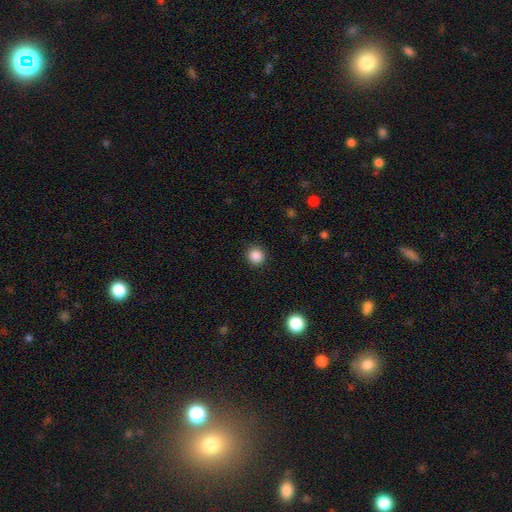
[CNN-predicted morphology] This is clearly a smooth galaxy (87%). How rounded: clearly round (89%). Merging: clearly none (91%).